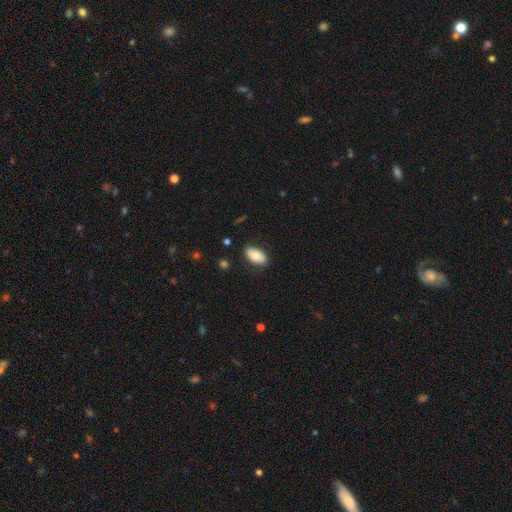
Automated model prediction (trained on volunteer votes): smooth_or_featured: smooth (p=0.75) [alt: featured or disk p=0.19]
how_rounded: in between (p=0.94) [alt: round p=0.04]
merging: none (p=0.80) [alt: minor disturbance p=0.14]